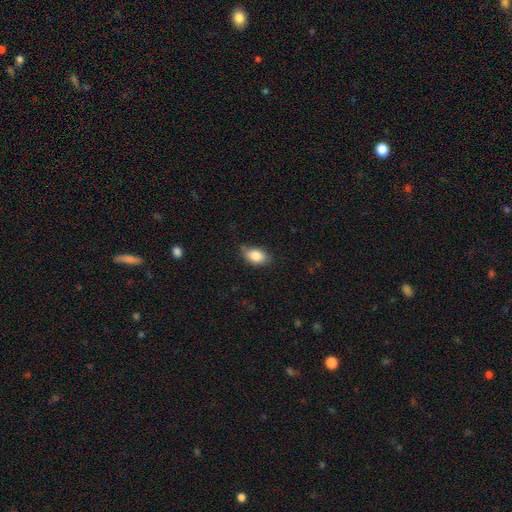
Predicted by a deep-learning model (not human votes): Overall: smooth (84%). How rounded: in between (88%). Merging: none (68%).